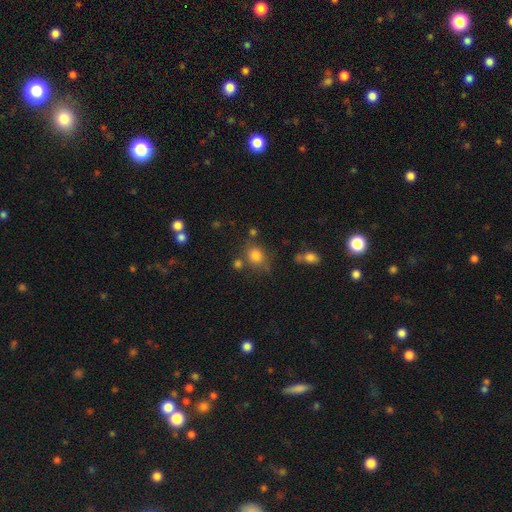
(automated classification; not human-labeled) smooth_or_featured: smooth (p=0.80) [alt: star or artifact p=0.13]
how_rounded: round (p=0.68) [alt: in between p=0.31]
merging: none (p=0.66) [alt: minor disturbance p=0.16]